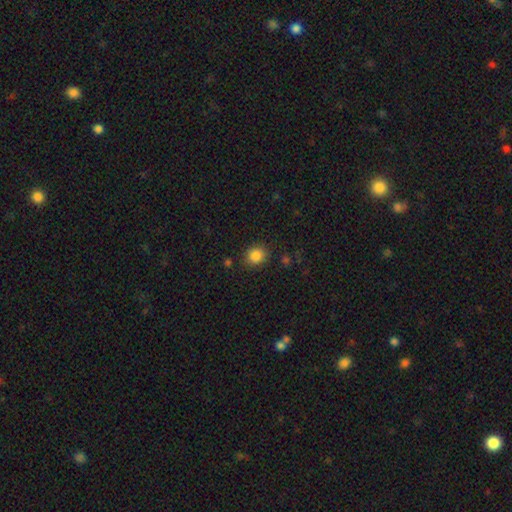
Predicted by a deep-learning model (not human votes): Q: Smooth or featured?
A: smooth (86%); runner-up: star or artifact (10%)
Q: How rounded?
A: round (74%); runner-up: in between (25%)
Q: Merging?
A: none (84%); runner-up: minor disturbance (11%)